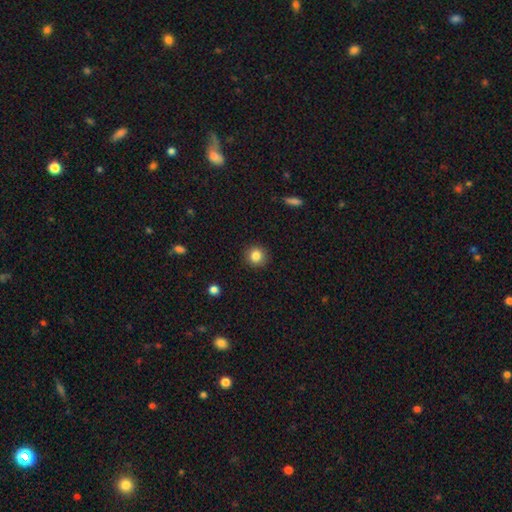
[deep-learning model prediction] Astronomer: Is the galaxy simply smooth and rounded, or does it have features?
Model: smooth — 84%.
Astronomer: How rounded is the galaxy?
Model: round — 91%.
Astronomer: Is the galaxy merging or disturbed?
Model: none — 90%.